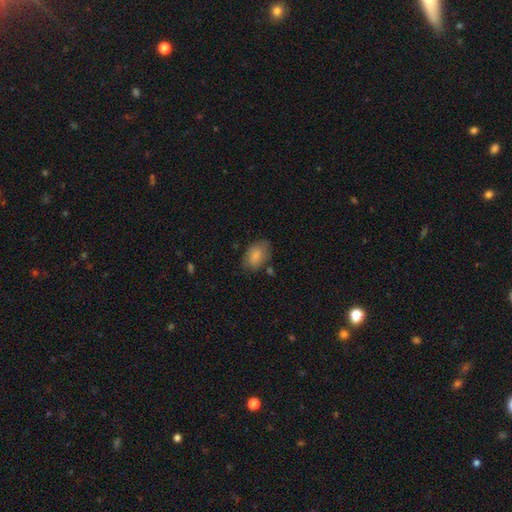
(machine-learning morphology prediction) Overall: smooth (84%). How rounded: in between (85%). Merging: none (67%).